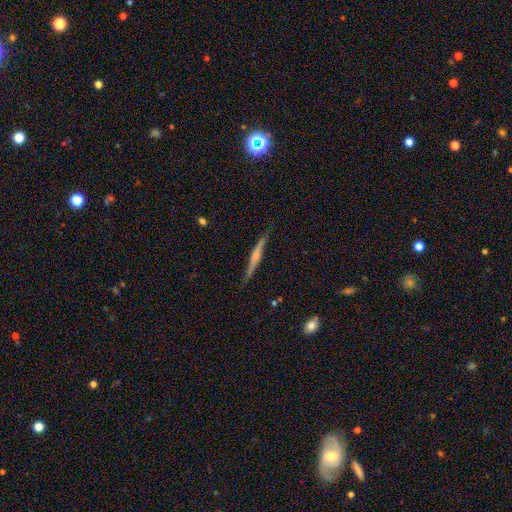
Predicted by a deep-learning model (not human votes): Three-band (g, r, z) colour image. It shows a featured or disk galaxy (66%) viewed edge-on (94%) with a rounded central bulge (52%). Merging: none (79%).